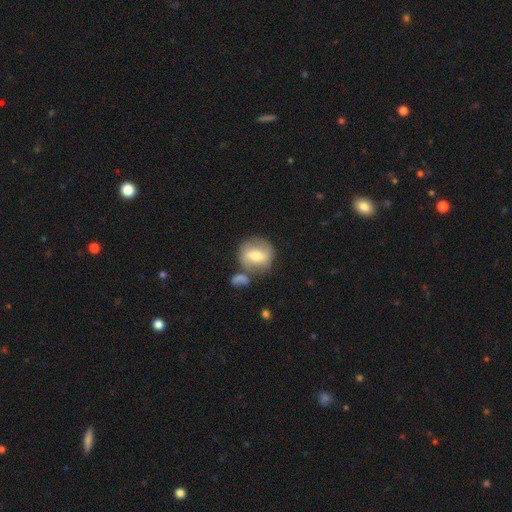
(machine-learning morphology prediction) This is possibly a featured or disk galaxy (48%). Merging: likely none (61%).